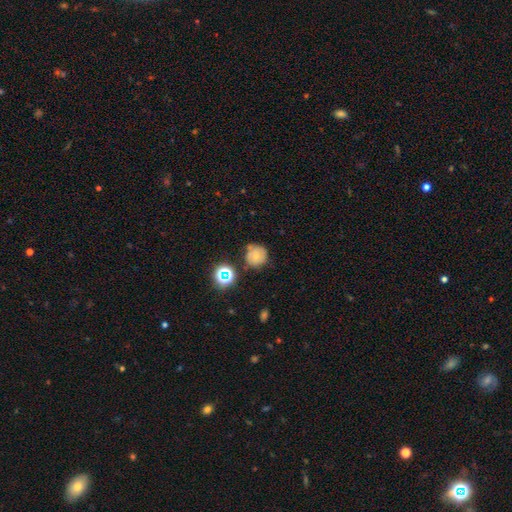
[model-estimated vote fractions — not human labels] Smooth or featured?
  - smooth: 61% *
  - featured or disk: 22%
  - star or artifact: 16%
How rounded?
  - round: 91% *
  - in between: 8%
  - cigar-shaped: 1%
Merging?
  - none: 67% *
  - minor disturbance: 20%
  - merger: 8%
  - major disturbance: 5%